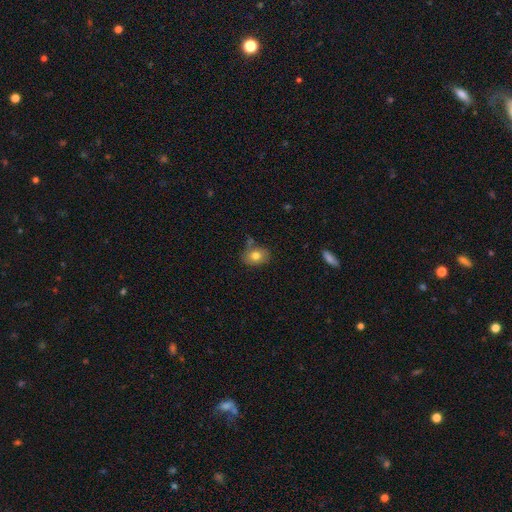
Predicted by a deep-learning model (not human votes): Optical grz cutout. It shows a smooth galaxy with no disk features (78%) that is in between round and cigar-shaped (57%). Merging: none (67%).